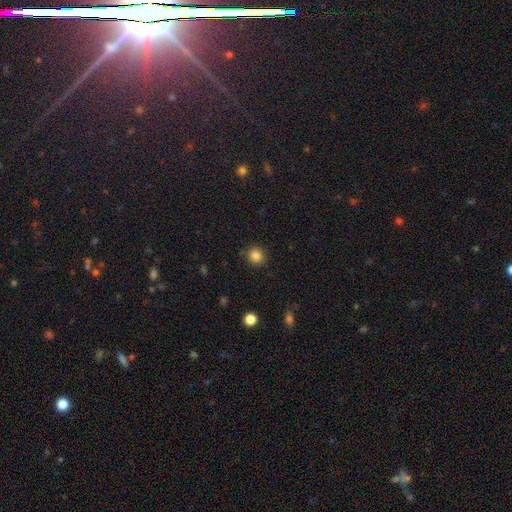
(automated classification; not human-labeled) Smooth or featured: smooth — 84% (star or artifact — 11%)
How rounded: round — 91% (in between — 8%)
Merging: none — 89% (minor disturbance — 7%)